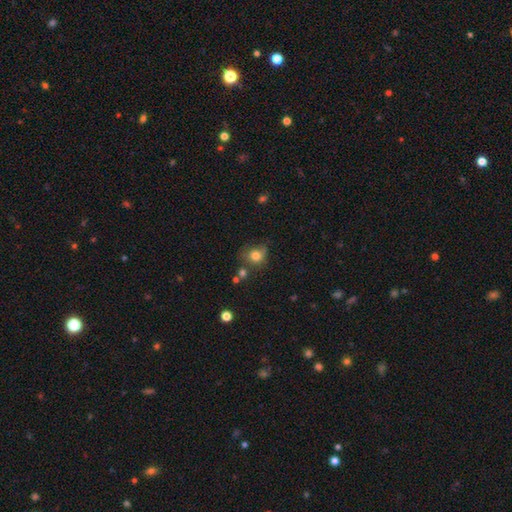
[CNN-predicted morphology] Overall: smooth (78%). How rounded: round (75%). Merging: none (54%; minor disturbance 27%).